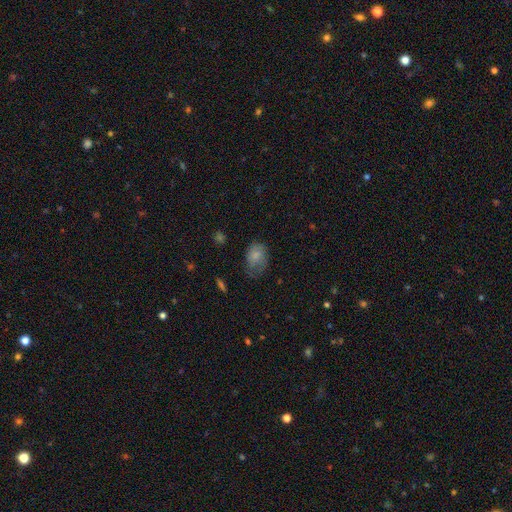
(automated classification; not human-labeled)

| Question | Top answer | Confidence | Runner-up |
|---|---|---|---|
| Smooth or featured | smooth | 77% | featured or disk (14%) |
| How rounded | in between | 78% | round (21%) |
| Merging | none | 47% | minor disturbance (34%) |